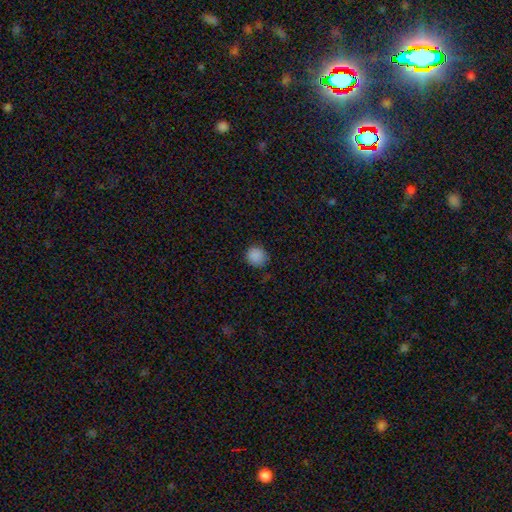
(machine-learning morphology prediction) The model was most divided on "merging": none: 85%, minor disturbance: 11%, major disturbance: 3%, merger: 1%. More confident: how rounded — round (91%); smooth or featured — smooth (87%).